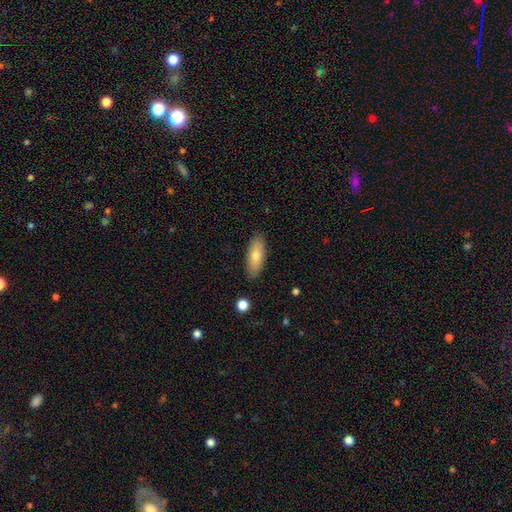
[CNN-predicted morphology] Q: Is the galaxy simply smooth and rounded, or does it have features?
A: smooth — 71%.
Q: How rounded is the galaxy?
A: in between — 68%.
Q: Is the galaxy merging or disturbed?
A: none — 88%.